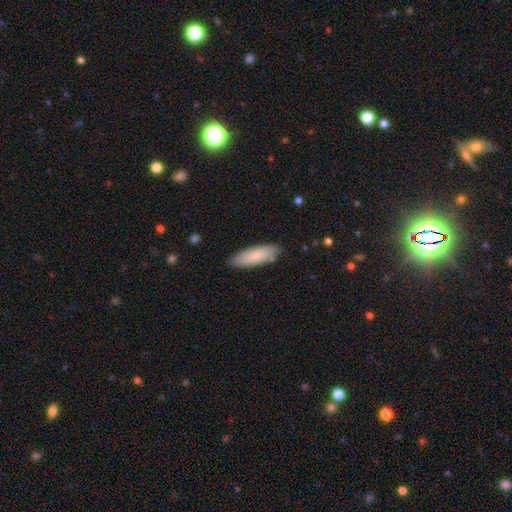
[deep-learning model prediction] A smooth galaxy with no disk features (82%) that is in between round and cigar-shaped (54%).

Vote fractions:
- Smooth or featured? smooth: 82% / featured or disk: 12% / star or artifact: 6%
- How rounded? in between: 54% / cigar-shaped: 44% / round: 2%
- Merging? none: 86% / minor disturbance: 11% / major disturbance: 2% / merger: 1%